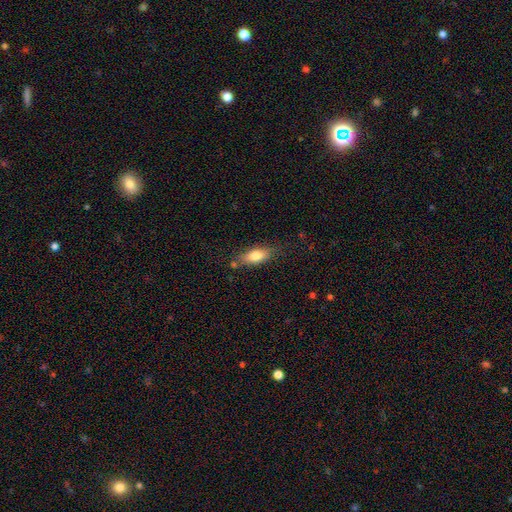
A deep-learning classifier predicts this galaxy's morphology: Overall: smooth (76%). How rounded: in between (76%). Merging: none (73%).